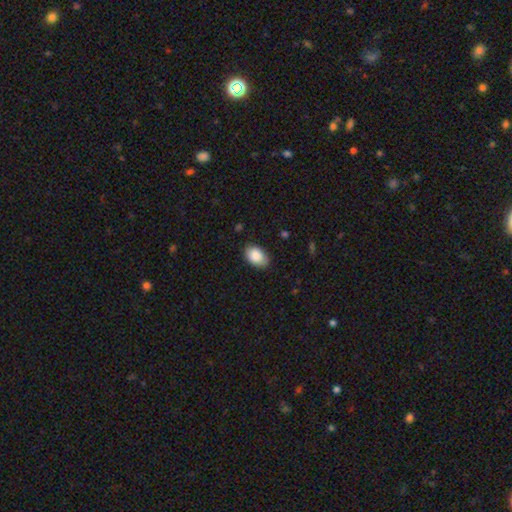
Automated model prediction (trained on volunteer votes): The model was most divided on "merging": none: 81%, minor disturbance: 16%, major disturbance: 3%, merger: 1%. More confident: how rounded — in between (89%); smooth or featured — smooth (88%).